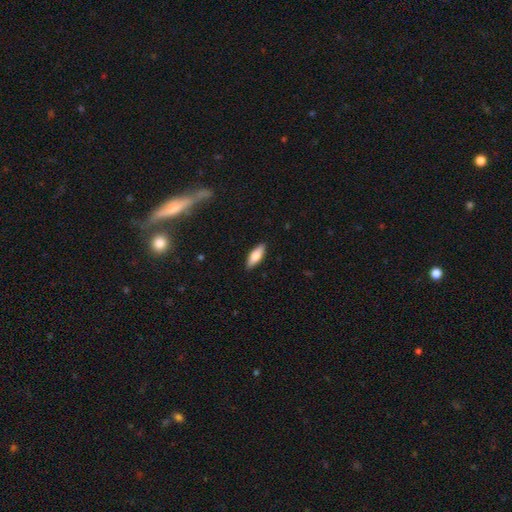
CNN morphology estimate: Overall: smooth (71%). How rounded: in between (63%; cigar-shaped 35%). Merging: none (89%).